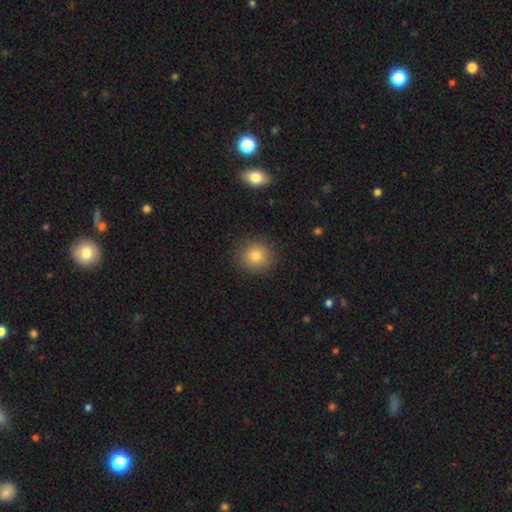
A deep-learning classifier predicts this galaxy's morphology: A smooth galaxy with no disk features (82%) that is round (89%).

Vote fractions:
- Smooth or featured? smooth: 82% / star or artifact: 11% / featured or disk: 8%
- How rounded? round: 89% / in between: 10% / cigar-shaped: 1%
- Merging? none: 89% / minor disturbance: 7% / major disturbance: 2% / merger: 1%